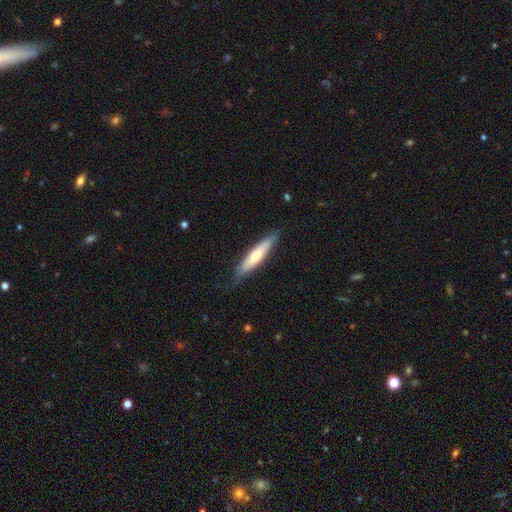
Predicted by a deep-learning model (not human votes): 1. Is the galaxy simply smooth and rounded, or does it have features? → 59% smooth, 36% featured or disk, 5% star or artifact.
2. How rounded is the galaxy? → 81% cigar-shaped, 18% in between, 1% round.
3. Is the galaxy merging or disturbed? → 80% none, 16% minor disturbance, 3% major disturbance, 1% merger.